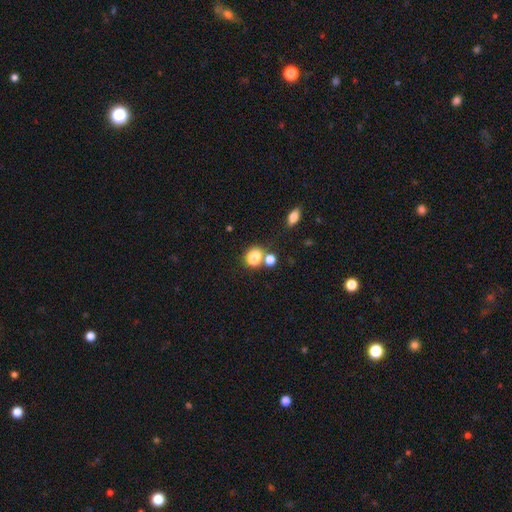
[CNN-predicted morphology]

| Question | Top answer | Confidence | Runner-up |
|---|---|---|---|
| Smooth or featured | smooth | 79% | star or artifact (13%) |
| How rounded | round | 51% | in between (48%) |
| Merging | none | 52% | merger (32%) |